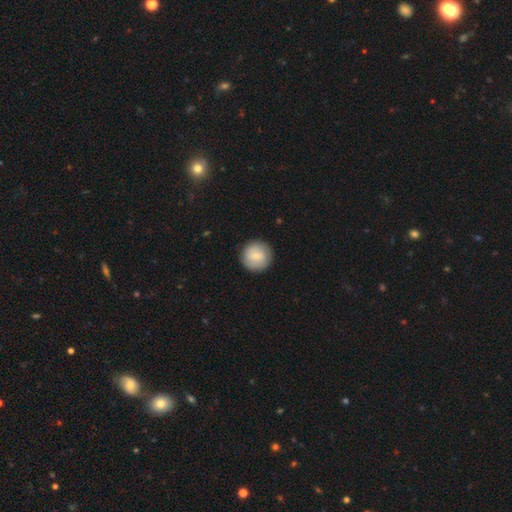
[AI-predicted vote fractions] smooth-or-featured: smooth: 75% | featured or disk: 19% | star or artifact: 6%
  how-rounded: round: 95% | in between: 4% | cigar-shaped: 1%
  merging: none: 90% | minor disturbance: 7% | major disturbance: 2% | merger: 1%